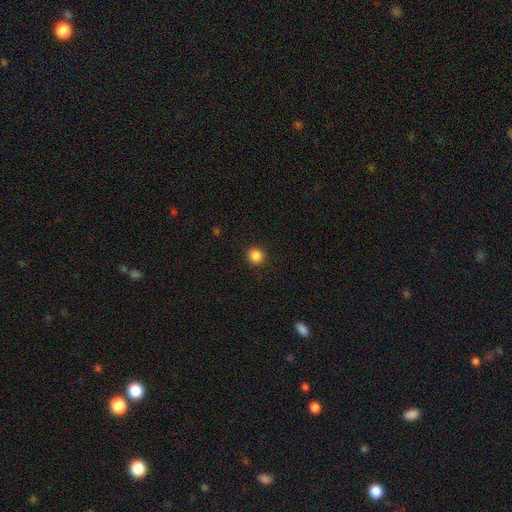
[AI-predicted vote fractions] Smooth or featured? smooth (87%)
How rounded? round (92%)
Merging? none (92%)